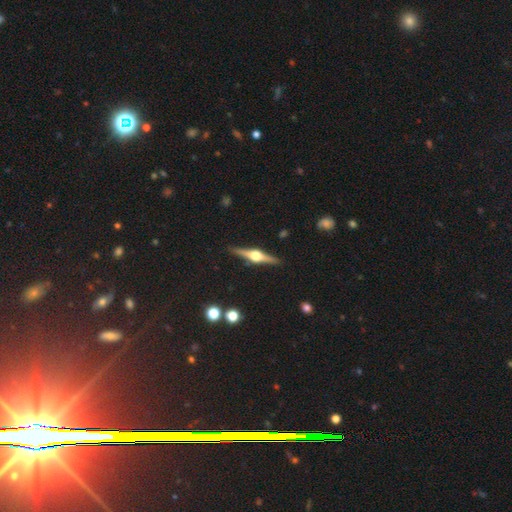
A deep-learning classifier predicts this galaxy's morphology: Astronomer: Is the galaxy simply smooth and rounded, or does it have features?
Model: featured or disk — 82%.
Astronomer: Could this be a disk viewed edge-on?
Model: yes — 98%.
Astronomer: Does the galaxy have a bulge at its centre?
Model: rounded — 95%.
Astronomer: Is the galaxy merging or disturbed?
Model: none — 90%.